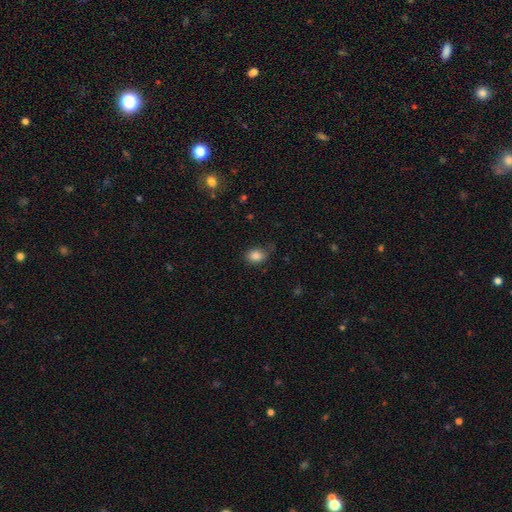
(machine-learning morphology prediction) Overall: smooth (85%). How rounded: in between (60%; round 39%). Merging: none (70%).